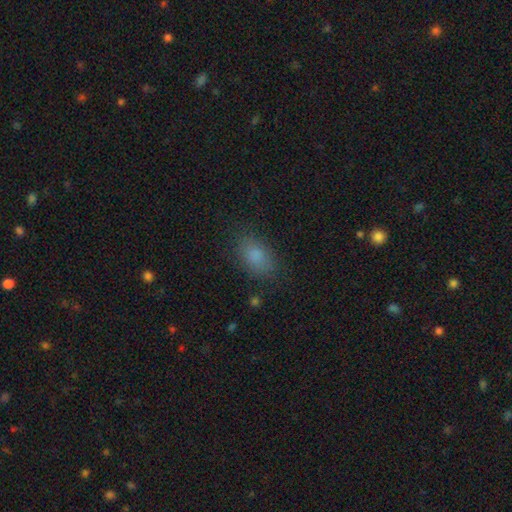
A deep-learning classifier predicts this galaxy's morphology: type=smooth (82%); roundness=in between (85%); merging=none (79%).